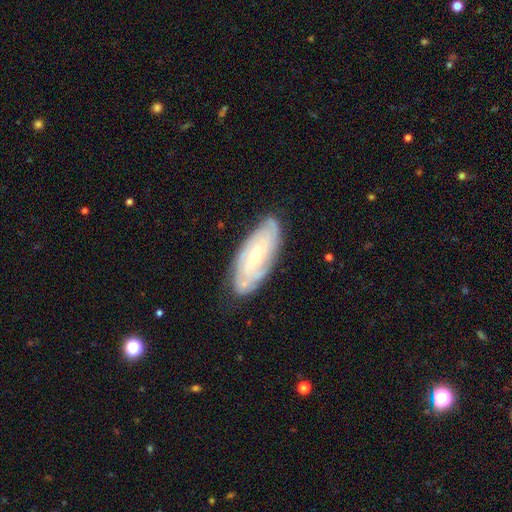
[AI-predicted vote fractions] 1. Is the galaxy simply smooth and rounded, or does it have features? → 73% featured or disk, 21% smooth, 6% star or artifact.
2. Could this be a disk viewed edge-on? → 89% no, 11% yes.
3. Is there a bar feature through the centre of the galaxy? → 55% no, 37% weak, 8% strong.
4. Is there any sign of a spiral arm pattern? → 90% yes, 10% no.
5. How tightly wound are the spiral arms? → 68% tight, 25% medium, 7% loose.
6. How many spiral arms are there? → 49% can't tell, 18% 2, 14% 3, 11% 4, 4% more than 4, 4% 1.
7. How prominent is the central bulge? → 54% small, 42% moderate, 2% large, 2% none, 1% dominant.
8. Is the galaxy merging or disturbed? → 77% none, 18% minor disturbance, 4% major disturbance, 2% merger.